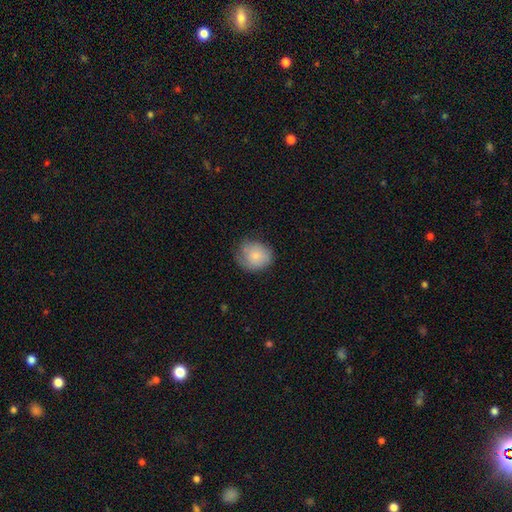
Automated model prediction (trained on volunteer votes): Morphology: type=smooth (80%); roundness=round (74%); merging=none (62%).